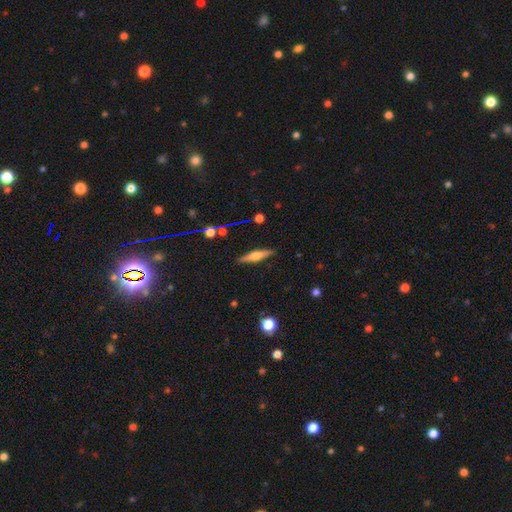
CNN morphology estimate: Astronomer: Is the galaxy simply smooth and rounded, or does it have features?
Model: featured or disk — 56% (runner-up: smooth, 37%).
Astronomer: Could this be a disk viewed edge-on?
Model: yes — 96%.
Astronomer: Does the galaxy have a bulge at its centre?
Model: rounded — 82%.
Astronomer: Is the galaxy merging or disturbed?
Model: none — 89%.